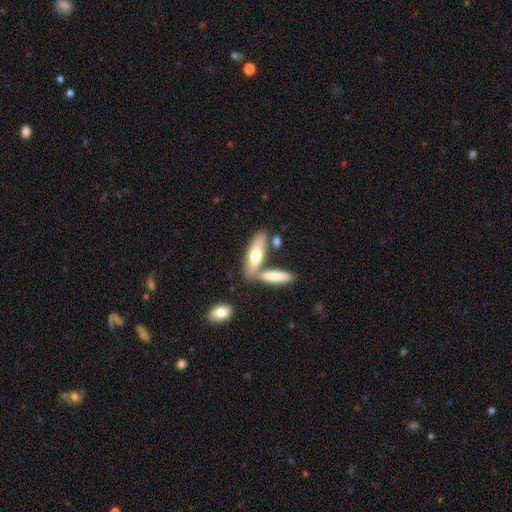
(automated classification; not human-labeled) This is likely a smooth galaxy (64%). How rounded: possibly cigar-shaped (50%). Merging: possibly none (56%).